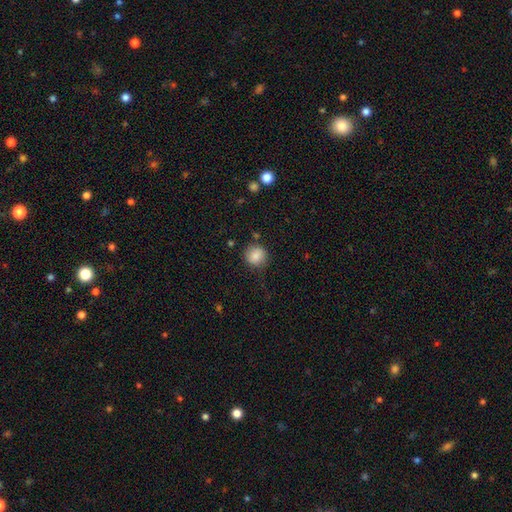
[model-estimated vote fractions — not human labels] Smooth or featured? Predicted: smooth (p=0.85). How rounded? Predicted: round (p=0.91). Merging? Predicted: none (p=0.81).